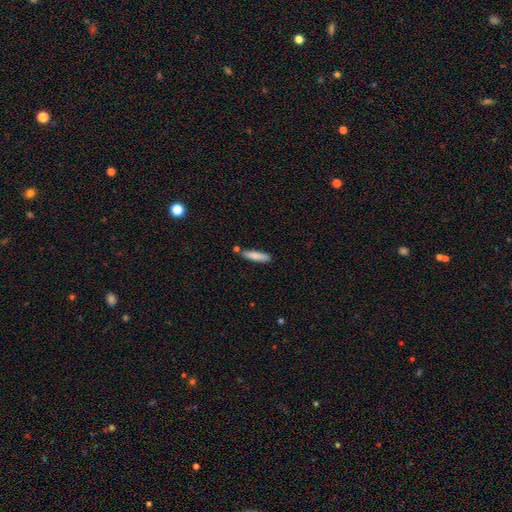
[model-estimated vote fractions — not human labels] Smooth or featured? smooth (82%)
How rounded? cigar-shaped (78%)
Merging? none (76%)